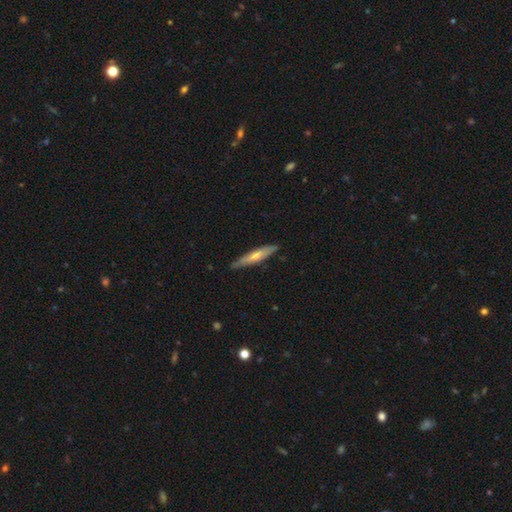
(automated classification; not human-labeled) Overall: featured or disk (51%; smooth 43%). Edge-on disk: yes (88%). Merging: none (86%).